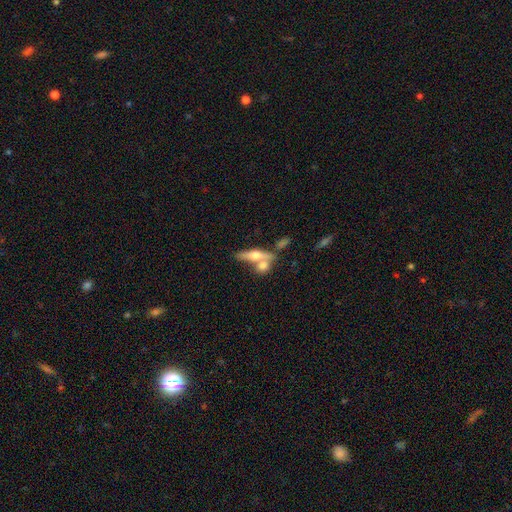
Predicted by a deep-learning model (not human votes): Morphology: type=featured or disk (52%); edge-on=yes (86%); merging=none (47%).